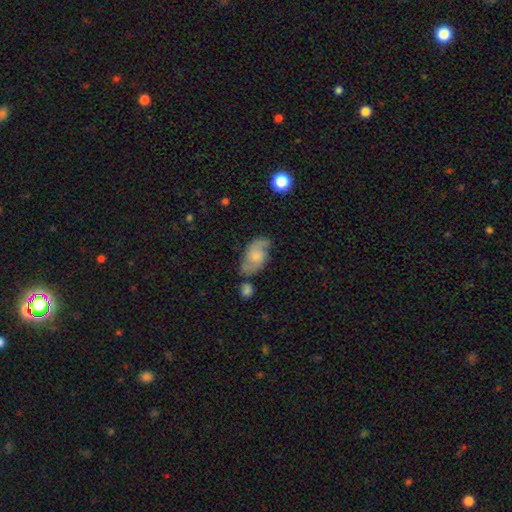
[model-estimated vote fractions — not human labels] A featured or disk galaxy (58%) with no bar (66%), spiral arms (88%) and a small central bulge (44%).

Vote fractions:
- Smooth or featured? featured or disk: 58% / smooth: 35% / star or artifact: 7%
- Edge-on disk? no: 95% / yes: 5%
- Bar? no: 66% / weak: 29% / strong: 4%
- Spiral arms? yes: 88% / no: 12%
- Bulge size? small: 44% / moderate: 34% / none: 15% / large: 6% / dominant: 2%
- Merging? none: 63% / minor disturbance: 22% / major disturbance: 8% / merger: 7%